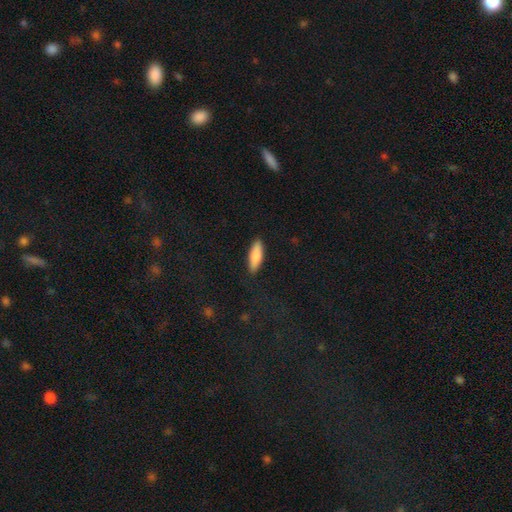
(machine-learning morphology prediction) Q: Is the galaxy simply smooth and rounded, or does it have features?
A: smooth — 82%.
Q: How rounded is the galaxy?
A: in between — 55%.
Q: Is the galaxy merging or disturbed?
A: none — 89%.